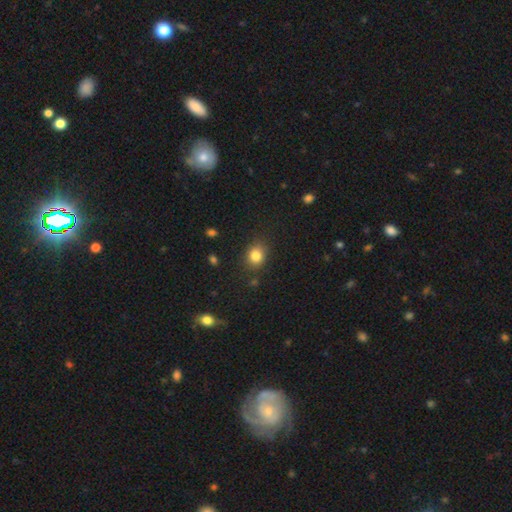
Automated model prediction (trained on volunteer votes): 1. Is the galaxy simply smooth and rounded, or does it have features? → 83% smooth, 11% star or artifact, 6% featured or disk.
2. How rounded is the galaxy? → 57% round, 42% in between, 1% cigar-shaped.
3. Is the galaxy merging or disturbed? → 83% none, 12% minor disturbance, 3% major disturbance, 2% merger.